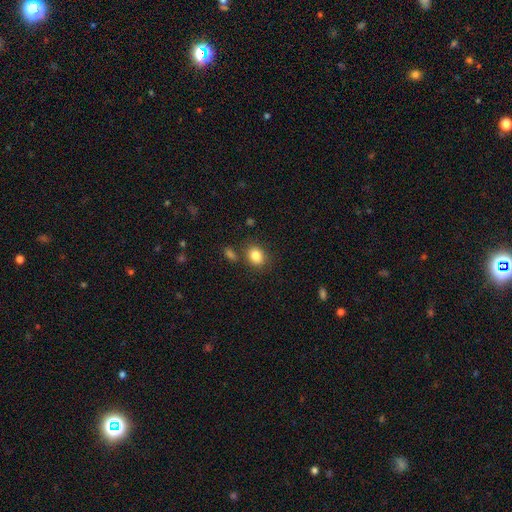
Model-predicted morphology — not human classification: Overall: smooth (84%). How rounded: in between (57%; round 42%). Merging: none (76%).